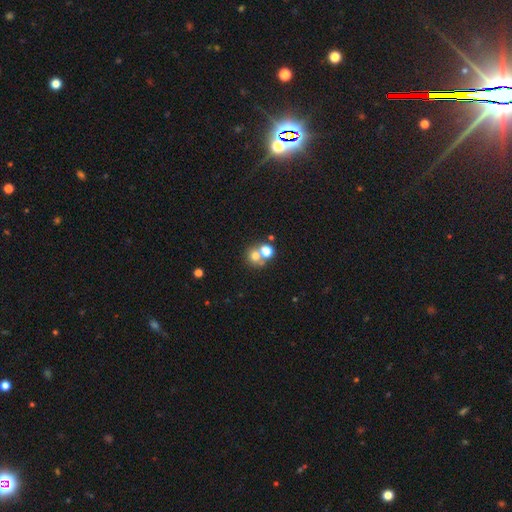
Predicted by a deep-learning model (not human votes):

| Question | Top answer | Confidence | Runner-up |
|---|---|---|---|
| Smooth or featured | smooth | 70% | star or artifact (16%) |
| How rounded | round | 83% | in between (16%) |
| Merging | merger | 47% | none (43%) |